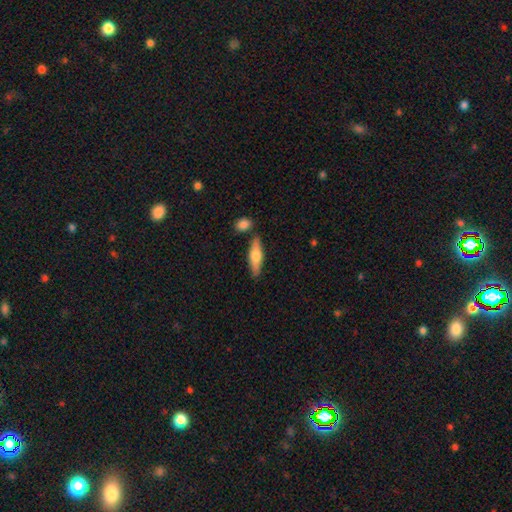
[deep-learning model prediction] smooth_or_featured: smooth (p=0.58) [alt: featured or disk p=0.37]
how_rounded: cigar-shaped (p=0.58) [alt: in between p=0.39]
merging: none (p=0.80) [alt: minor disturbance p=0.10]